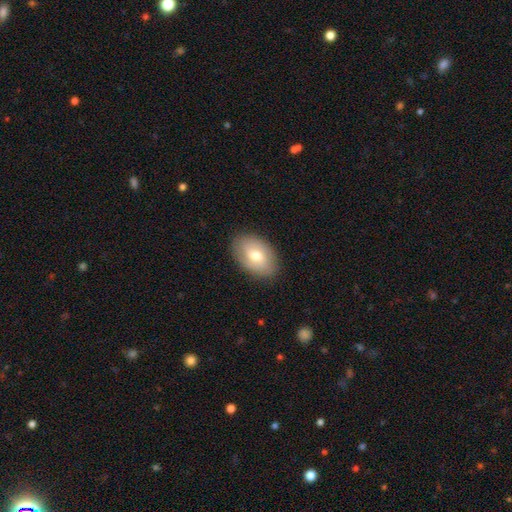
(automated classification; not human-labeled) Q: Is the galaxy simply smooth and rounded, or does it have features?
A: smooth — 66%.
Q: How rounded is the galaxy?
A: in between — 89%.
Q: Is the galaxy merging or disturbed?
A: none — 86%.